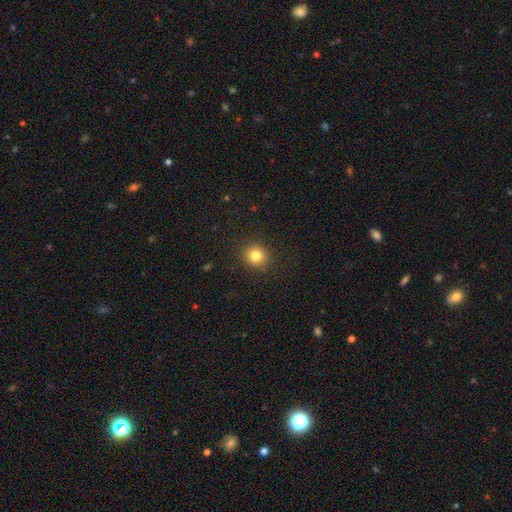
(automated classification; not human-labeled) This is clearly a smooth galaxy (81%). How rounded: clearly round (91%). Merging: clearly none (91%).